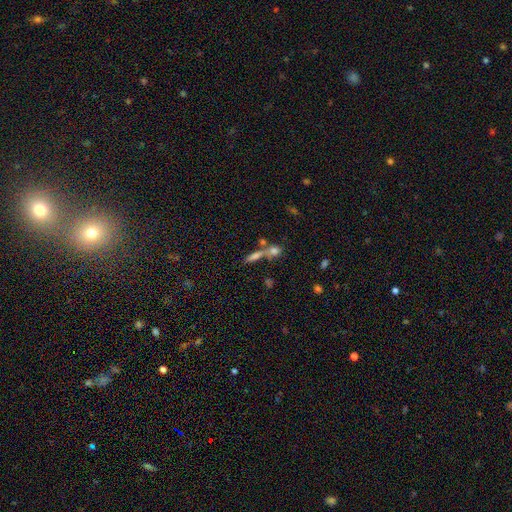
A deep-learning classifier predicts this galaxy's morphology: Smooth or featured: smooth — 49% (featured or disk — 26%)
Merging: none — 50% (merger — 35%)